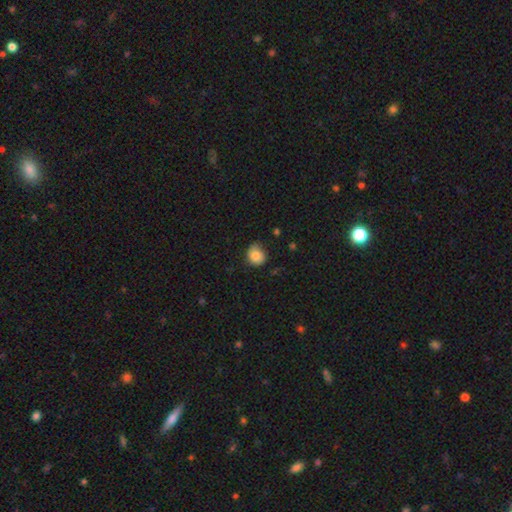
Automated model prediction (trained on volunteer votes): smooth_or_featured: smooth (p=0.83) [alt: star or artifact p=0.09]
how_rounded: round (p=0.73) [alt: in between p=0.26]
merging: none (p=0.66) [alt: minor disturbance p=0.27]